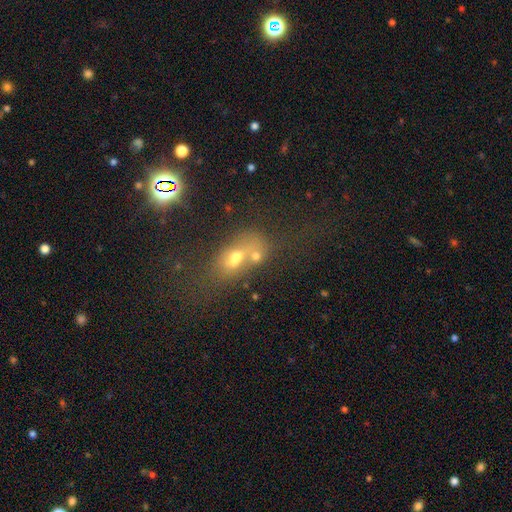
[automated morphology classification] type=smooth (53%); roundness=in between (68%); merging=merger (53%).